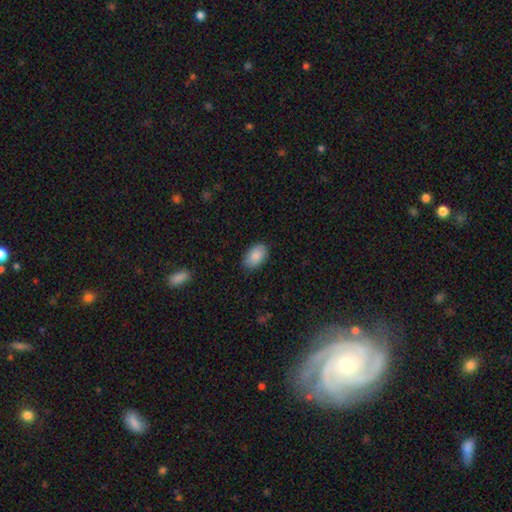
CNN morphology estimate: Smooth or featured? smooth (89%)
How rounded? in between (93%)
Merging? none (85%)